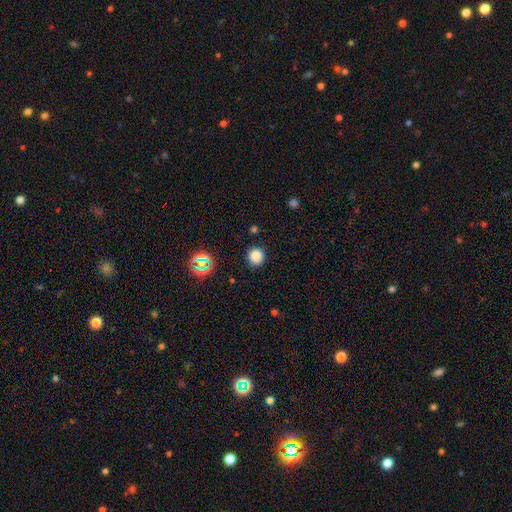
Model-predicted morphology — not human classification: smooth-or-featured: smooth: 80% | star or artifact: 16% | featured or disk: 5%
  how-rounded: round: 89% | in between: 10% | cigar-shaped: 1%
  merging: none: 87% | minor disturbance: 9% | major disturbance: 3% | merger: 2%